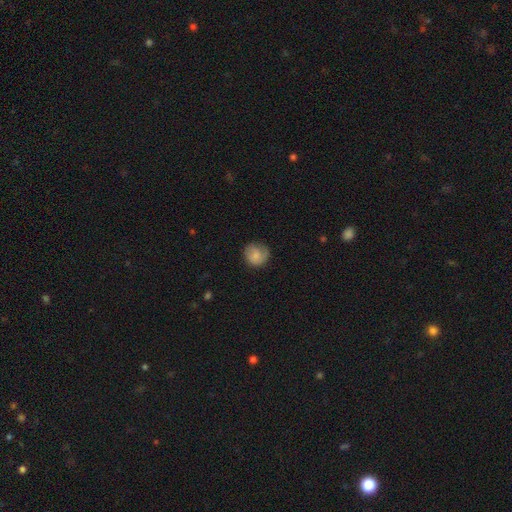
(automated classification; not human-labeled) Smooth or featured? smooth (72%)
How rounded? round (85%)
Merging? none (67%)